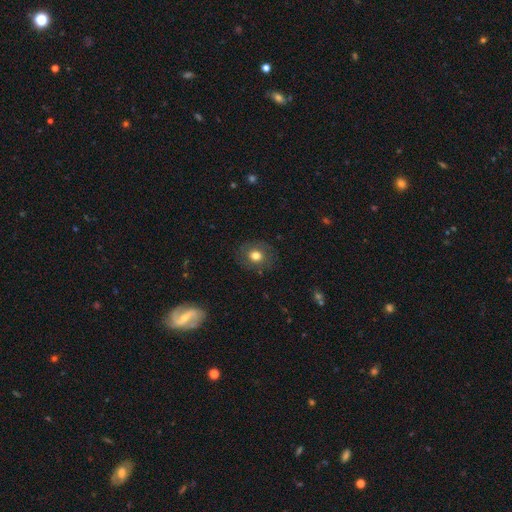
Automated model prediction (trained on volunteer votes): smooth 69%, featured or disk 19%, star or artifact 12%. Down the decision tree: how rounded — round (72%); merging — none (83%).